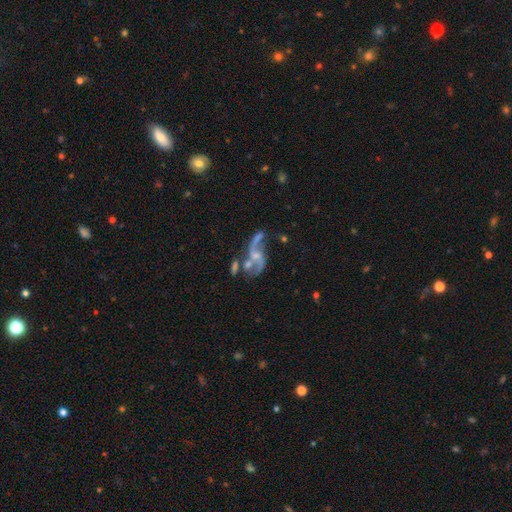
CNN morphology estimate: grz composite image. It shows a featured or disk galaxy (83%) with no bar (53%), 2 (86%) loose (82%) spiral arms (89%) and a small central bulge (50%). Merging: none (34%).